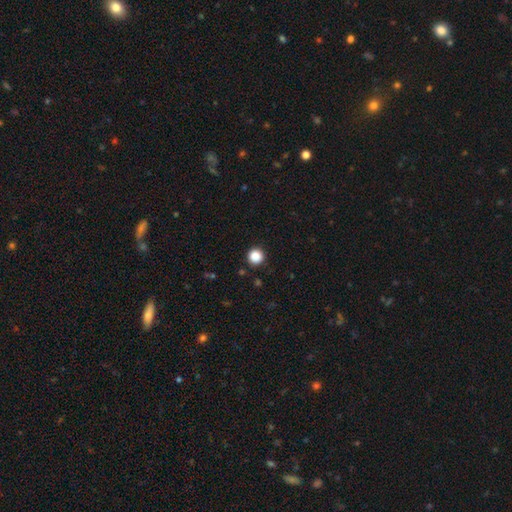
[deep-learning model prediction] Smooth or featured?
  - smooth: 87% *
  - star or artifact: 11%
  - featured or disk: 3%
How rounded?
  - round: 96% *
  - in between: 3%
  - cigar-shaped: 1%
Merging?
  - none: 93% *
  - minor disturbance: 5%
  - major disturbance: 2%
  - merger: 1%